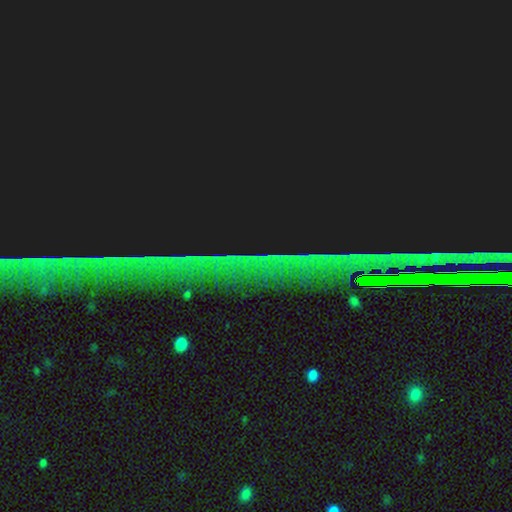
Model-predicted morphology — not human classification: This appears to be a star or artifact, not a galaxy (80%).